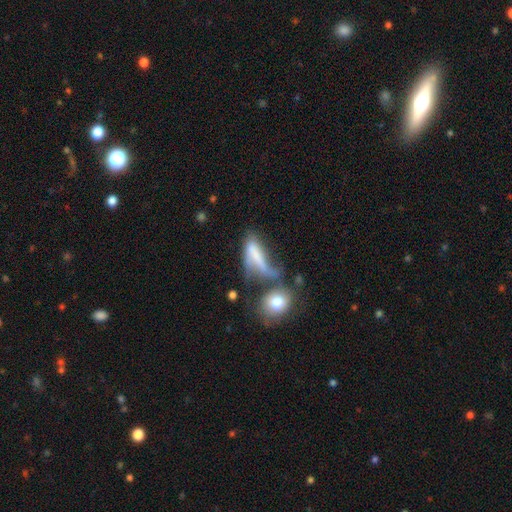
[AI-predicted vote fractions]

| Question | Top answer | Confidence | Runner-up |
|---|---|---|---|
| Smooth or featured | smooth | 58% | featured or disk (31%) |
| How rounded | in between | 48% | cigar-shaped (46%) |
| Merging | merger | 37% | major disturbance (29%) |